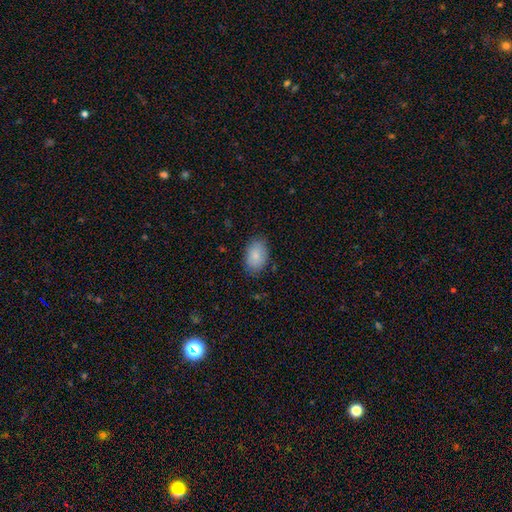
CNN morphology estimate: Smooth or featured?
  - smooth: 85% *
  - featured or disk: 9%
  - star or artifact: 7%
How rounded?
  - in between: 87% *
  - round: 12%
  - cigar-shaped: 1%
Merging?
  - none: 83% *
  - minor disturbance: 13%
  - major disturbance: 3%
  - merger: 1%